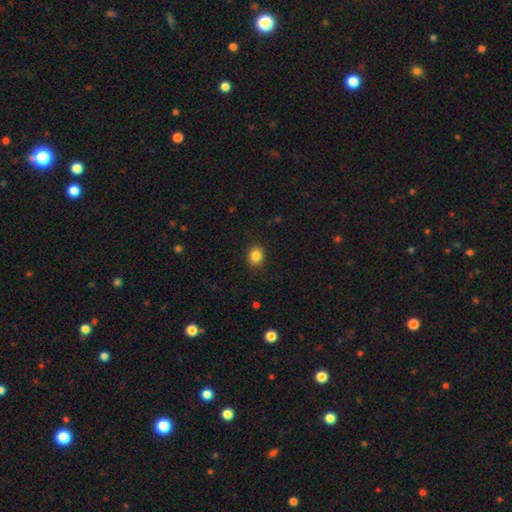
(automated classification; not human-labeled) A smooth galaxy with no disk features (86%) that is round (66%). Merging: none (88%).